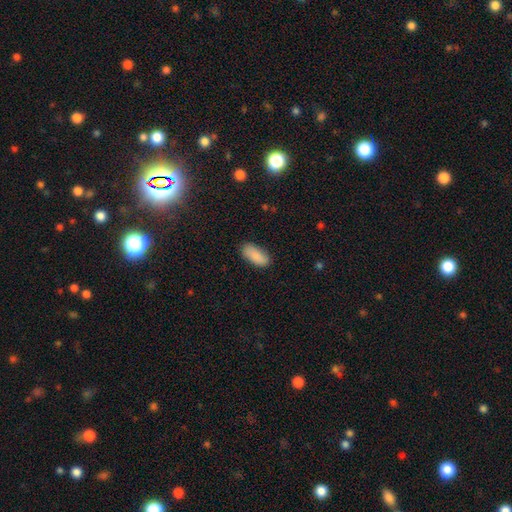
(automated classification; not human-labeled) Smooth or featured? Predicted: smooth (p=0.89). How rounded? Predicted: in between (p=0.87). Merging? Predicted: none (p=0.85).